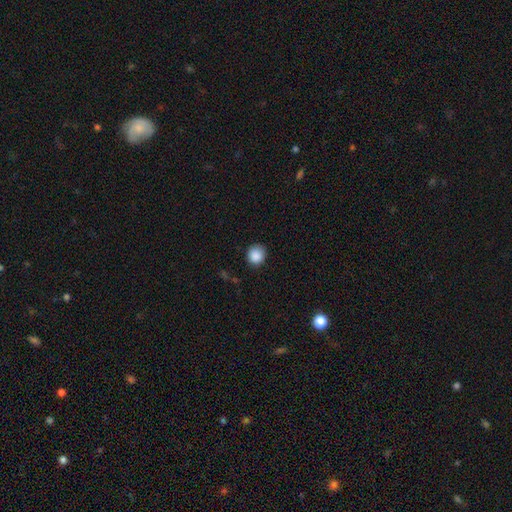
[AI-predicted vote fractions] A smooth galaxy with no disk features (88%) that is round (84%).

Vote fractions:
- Smooth or featured? smooth: 88% / star or artifact: 9% / featured or disk: 3%
- How rounded? round: 84% / in between: 15% / cigar-shaped: 1%
- Merging? none: 82% / minor disturbance: 14% / major disturbance: 3% / merger: 1%